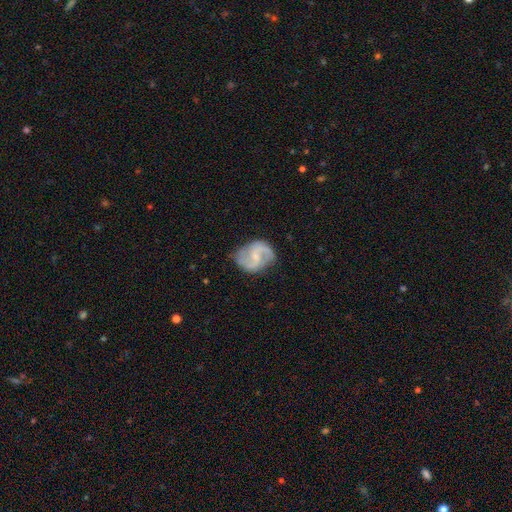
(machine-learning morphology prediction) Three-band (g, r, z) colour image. It shows a featured or disk galaxy (84%) with a weak bar (50%), 2 (90%) medium (53%) spiral arms (96%) and a small central bulge (56%). Merging: none (71%).